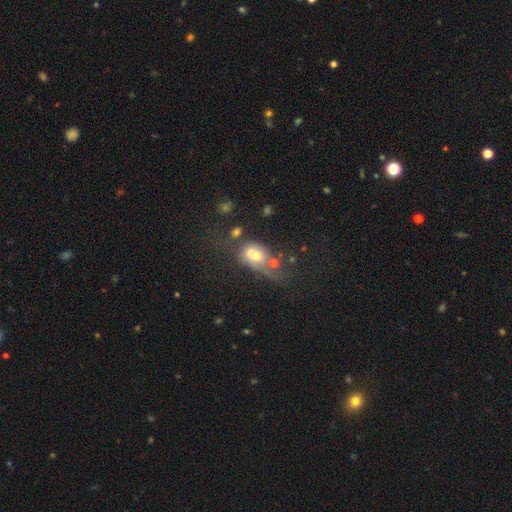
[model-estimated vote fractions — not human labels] Q: Smooth or featured?
A: smooth (61%); runner-up: featured or disk (27%)
Q: How rounded?
A: in between (64%); runner-up: round (33%)
Q: Merging?
A: major disturbance (32%); runner-up: merger (31%)